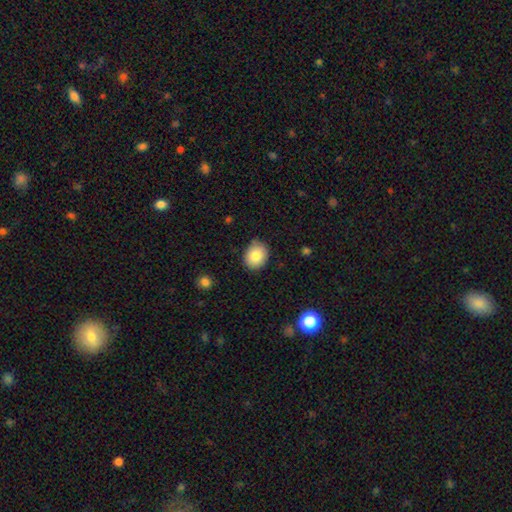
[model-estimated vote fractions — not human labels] Smooth or featured? smooth (84%)
How rounded? round (51%)
Merging? none (83%)